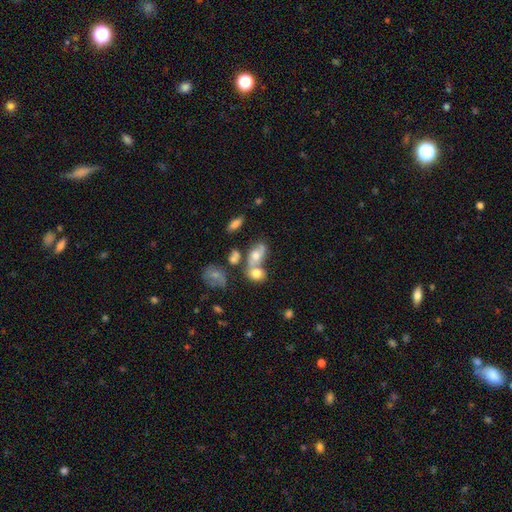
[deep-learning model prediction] Overall: smooth (50%; featured or disk 38%). Merging: merger (48%; none 27%).